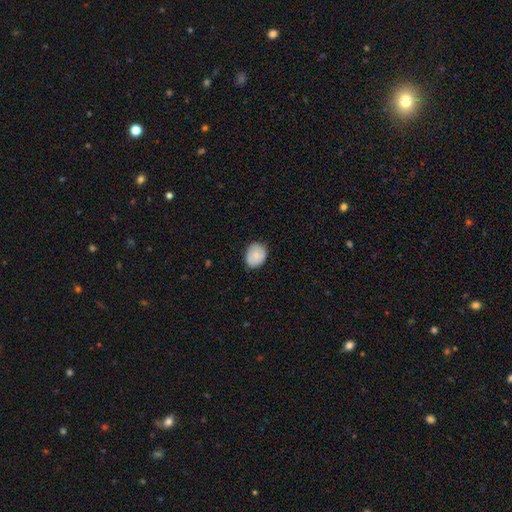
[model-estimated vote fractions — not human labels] A smooth galaxy with no disk features (76%) that is round (53%). Merging: none (79%).